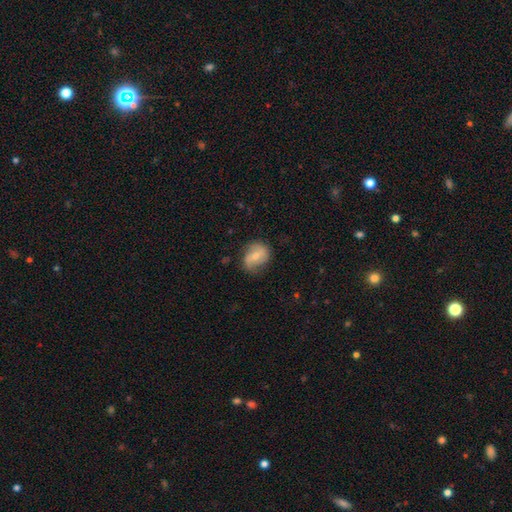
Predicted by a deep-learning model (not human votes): Smooth or featured: smooth — 50% (featured or disk — 43%)
Merging: none — 63% (minor disturbance — 27%)